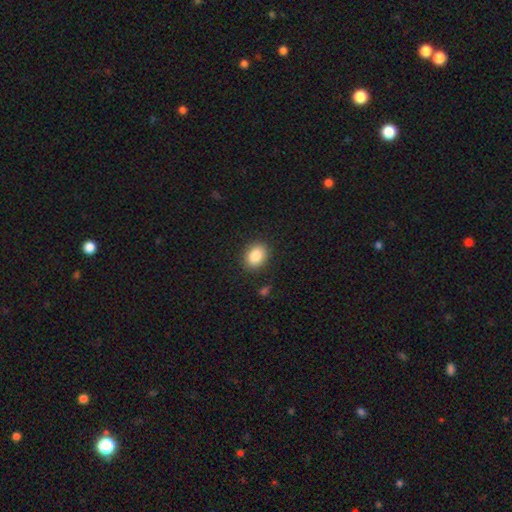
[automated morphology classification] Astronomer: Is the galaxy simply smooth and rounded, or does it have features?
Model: smooth — 86%.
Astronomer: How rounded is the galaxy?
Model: in between — 64%.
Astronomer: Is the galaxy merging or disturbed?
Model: none — 87%.